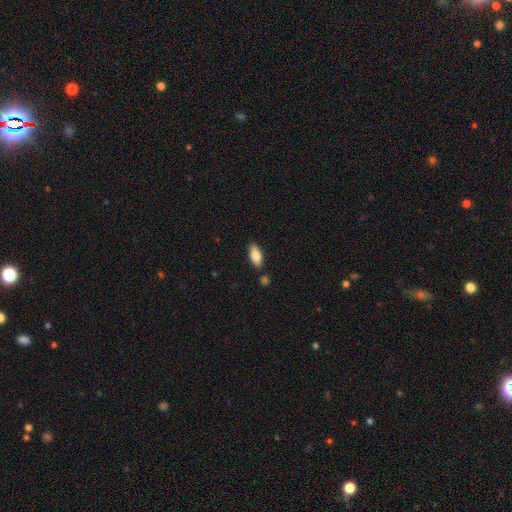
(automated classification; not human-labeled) Smooth or featured? smooth (82%)
How rounded? in between (81%)
Merging? none (82%)